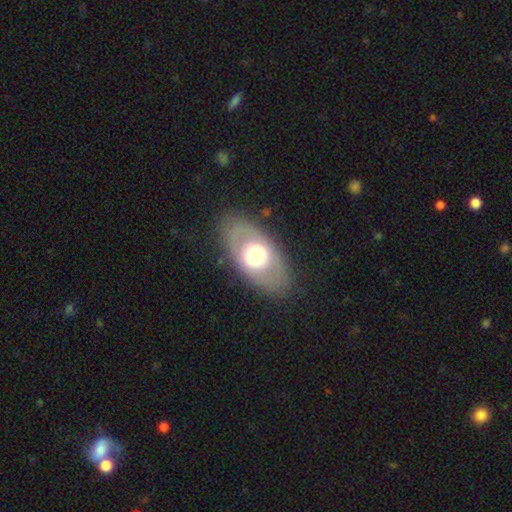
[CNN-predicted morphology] Smooth or featured: smooth — 50% (featured or disk — 42%)
Merging: none — 82% (minor disturbance — 11%)